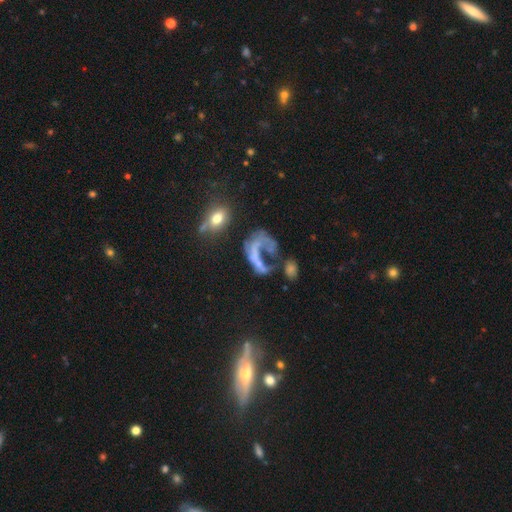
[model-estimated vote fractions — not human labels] featured or disk 52%, smooth 28%, star or artifact 20%. Down the decision tree: edge-on disk — no (95%); merging — major disturbance (50%).